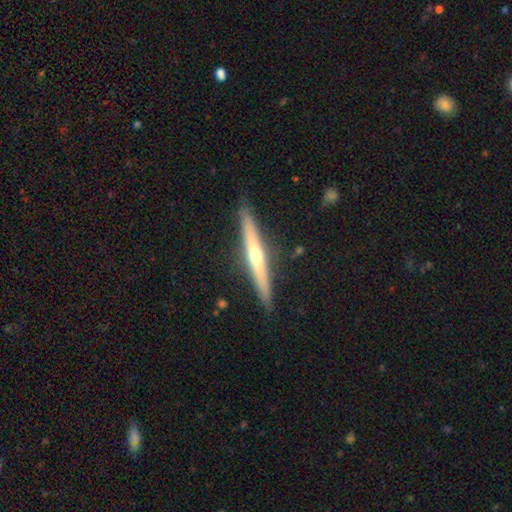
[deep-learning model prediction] A featured or disk galaxy (67%) viewed edge-on (96%) with a rounded central bulge (84%). Merging: none (89%).